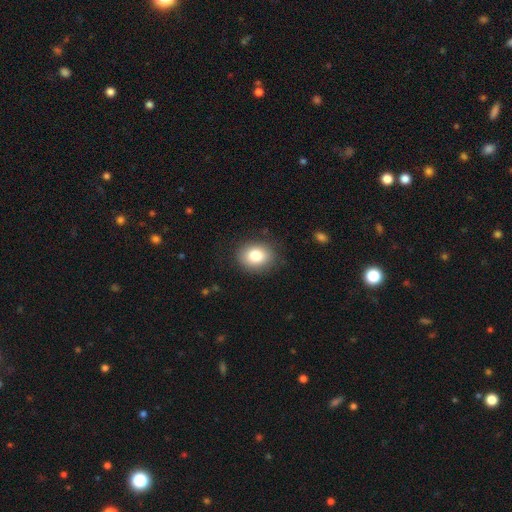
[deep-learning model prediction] smooth-or-featured: smooth: 82% | featured or disk: 9% | star or artifact: 9%
  how-rounded: in between: 50% | round: 49% | cigar-shaped: 1%
  merging: none: 86% | minor disturbance: 10% | major disturbance: 3% | merger: 1%